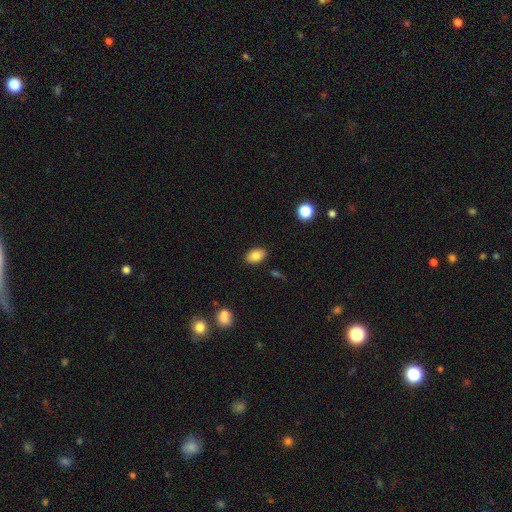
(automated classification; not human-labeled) Smooth or featured? Predicted: smooth (p=0.83). How rounded? Predicted: in between (p=0.84). Merging? Predicted: none (p=0.87).